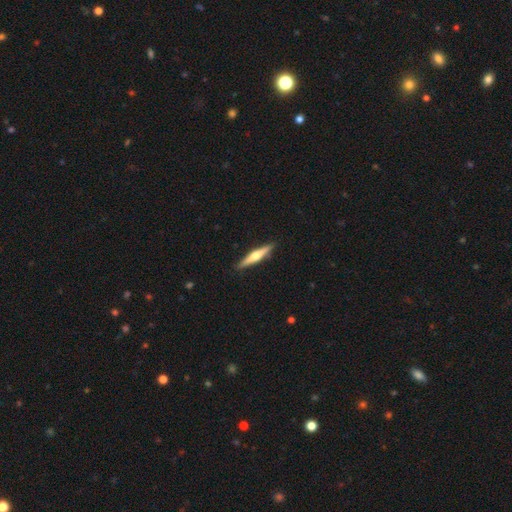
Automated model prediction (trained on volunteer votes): smooth-or-featured: featured or disk: 58% | smooth: 37% | star or artifact: 5%
  disk-edge-on: yes: 97% | no: 3%
    edge-on-bulge: rounded: 89% | none: 6% | boxy: 5%
  merging: none: 91% | minor disturbance: 7% | major disturbance: 1% | merger: 1%